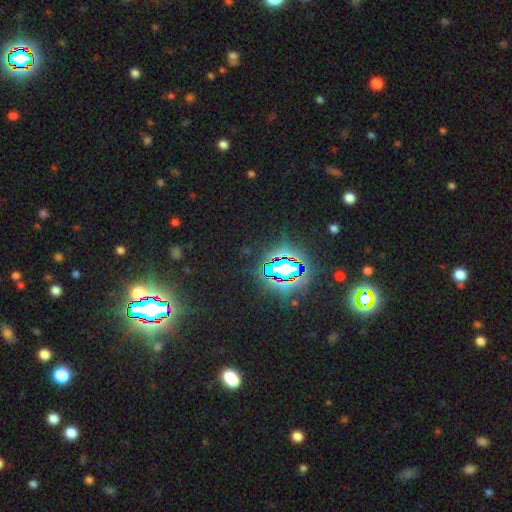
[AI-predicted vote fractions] Smooth or featured? star or artifact (83%)